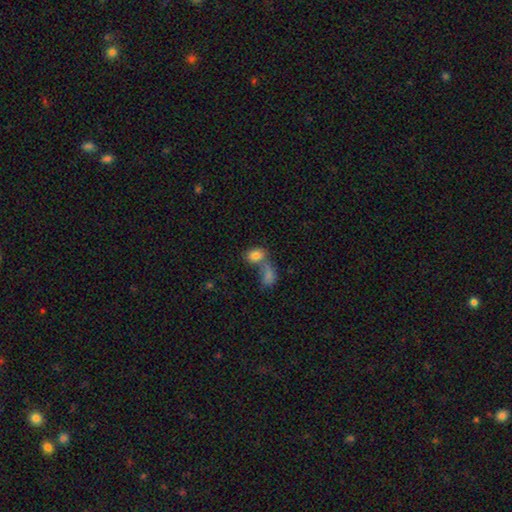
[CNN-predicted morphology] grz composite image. It shows a smooth galaxy with no disk features (81%) that is in between round and cigar-shaped (77%). Merging: merger (55%).